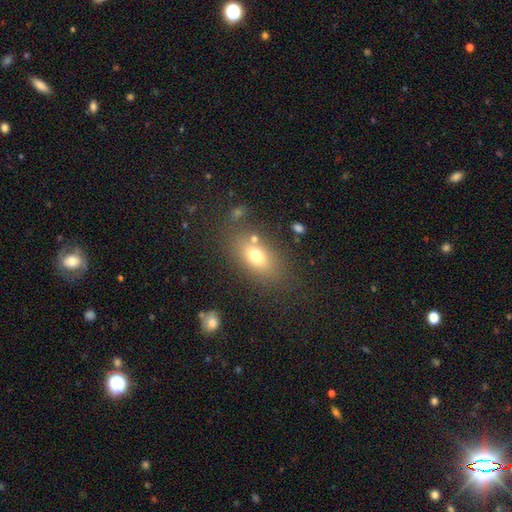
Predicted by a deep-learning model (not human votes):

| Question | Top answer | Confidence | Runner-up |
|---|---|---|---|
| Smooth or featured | smooth | 73% | featured or disk (16%) |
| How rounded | in between | 82% | round (11%) |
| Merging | none | 74% | minor disturbance (13%) |